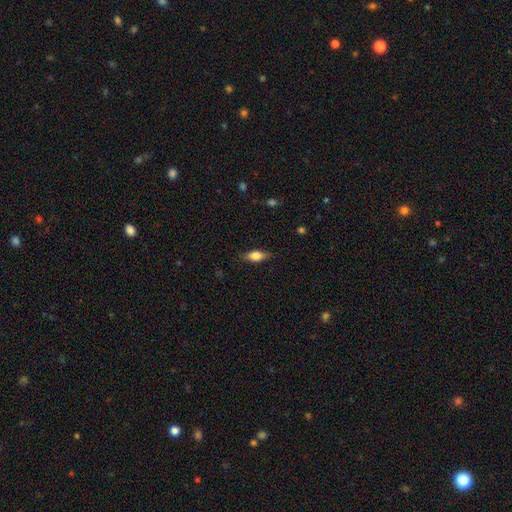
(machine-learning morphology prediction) smooth-or-featured: smooth: 71% | featured or disk: 22% | star or artifact: 7%
  how-rounded: in between: 74% | cigar-shaped: 22% | round: 4%
  merging: none: 82% | minor disturbance: 14% | major disturbance: 3% | merger: 1%